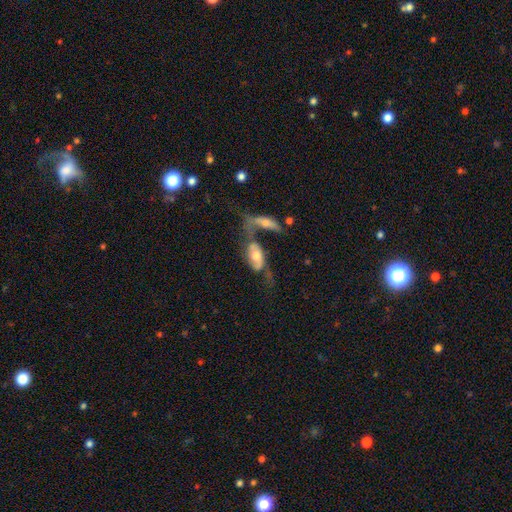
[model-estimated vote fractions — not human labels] A featured or disk galaxy (61%) with no bar (66%), spiral arms (74%) and a moderate central bulge (62%).

Vote fractions:
- Smooth or featured? featured or disk: 61% / smooth: 32% / star or artifact: 7%
- Edge-on disk? no: 87% / yes: 13%
- Bar? no: 66% / weak: 26% / strong: 8%
- Spiral arms? yes: 74% / no: 26%
- Bulge size? moderate: 62% / small: 18% / large: 16% / none: 3% / dominant: 2%
- Merging? merger: 54% / major disturbance: 18% / none: 17% / minor disturbance: 11%